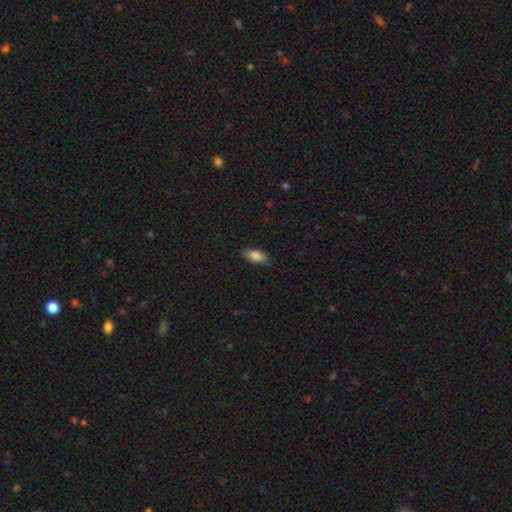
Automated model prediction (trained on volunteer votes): Smooth or featured? smooth (84%)
How rounded? in between (87%)
Merging? none (77%)